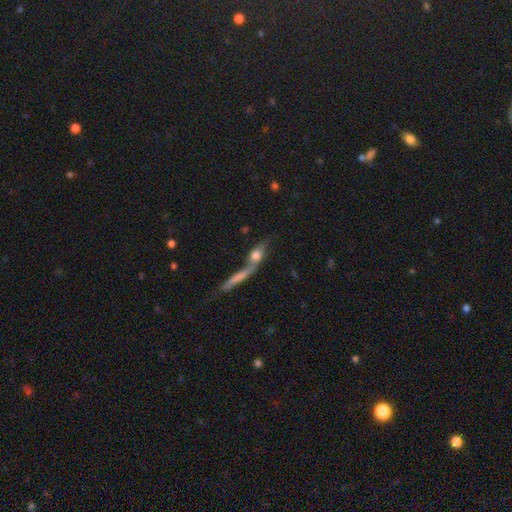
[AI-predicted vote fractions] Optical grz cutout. It shows a smooth galaxy with no disk features (53%) that is in between round and cigar-shaped (41%). Merging: merger (52%).